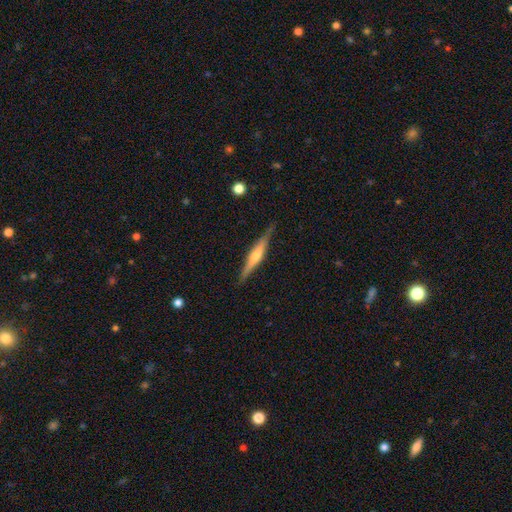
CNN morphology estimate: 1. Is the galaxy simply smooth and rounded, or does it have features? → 69% featured or disk, 25% smooth, 6% star or artifact.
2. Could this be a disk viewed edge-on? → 97% yes, 3% no.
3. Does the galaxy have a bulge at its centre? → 77% rounded, 14% boxy, 9% none.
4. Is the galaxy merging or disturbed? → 86% none, 11% minor disturbance, 2% major disturbance, 1% merger.